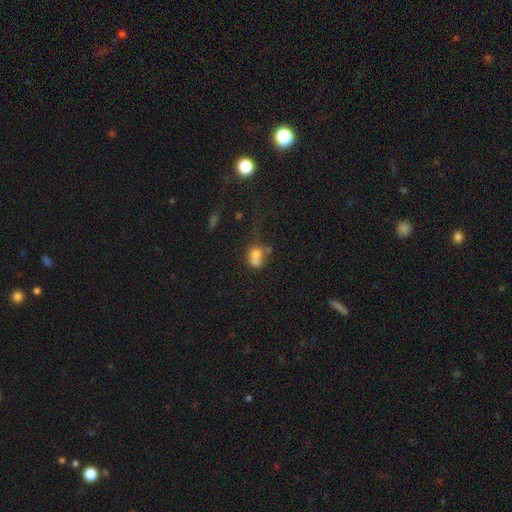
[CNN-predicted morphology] The model was most divided on "how rounded": round: 51%, in between: 47%, cigar-shaped: 2%. More confident: smooth or featured — smooth (67%); merging — merger (52%).